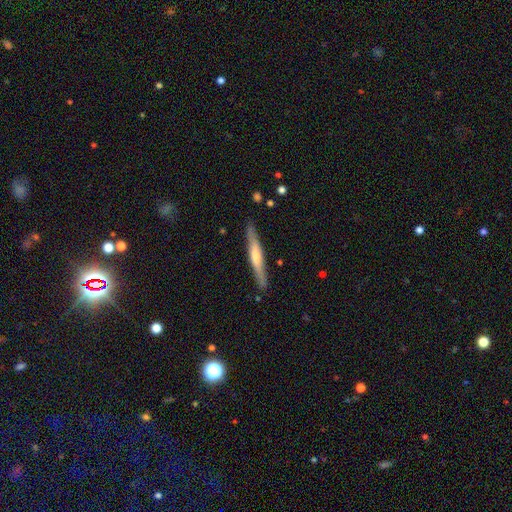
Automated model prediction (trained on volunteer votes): Smooth or featured? featured or disk (54%)
Edge-on disk? yes (94%)
Edge-on bulge? rounded (59%)
Merging? none (87%)